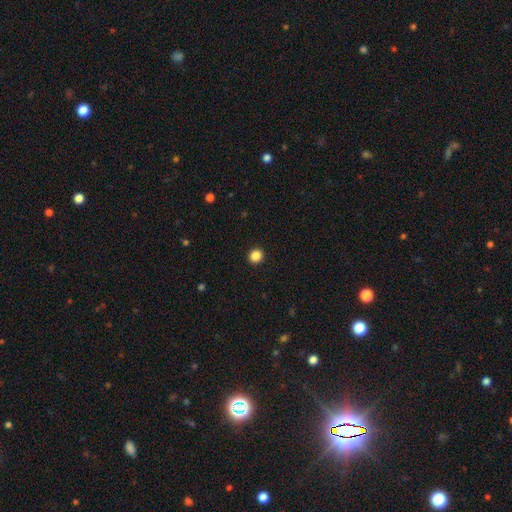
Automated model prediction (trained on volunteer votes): Morphology: type=smooth (86%); roundness=round (90%); merging=none (93%).